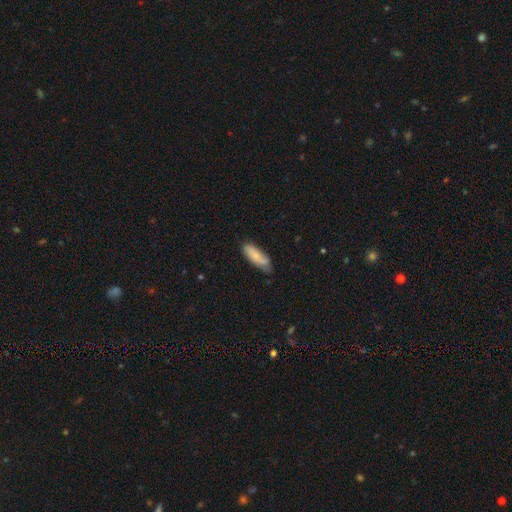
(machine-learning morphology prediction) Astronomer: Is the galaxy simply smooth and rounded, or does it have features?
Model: smooth — 76%.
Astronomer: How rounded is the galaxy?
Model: in between — 63%.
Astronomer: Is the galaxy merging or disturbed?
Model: none — 65%.